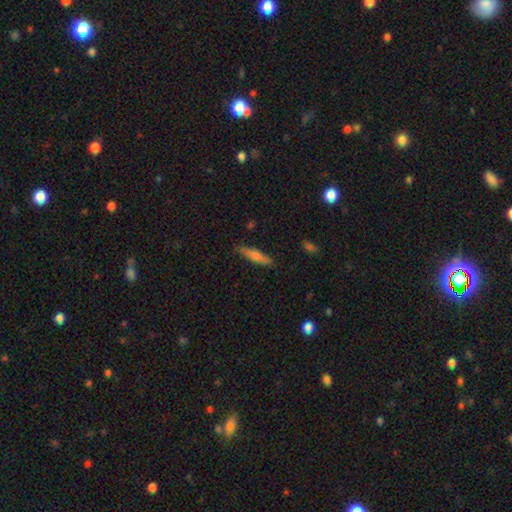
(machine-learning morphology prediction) Smooth or featured?
  - smooth: 62% *
  - featured or disk: 31%
  - star or artifact: 6%
How rounded?
  - cigar-shaped: 82% *
  - in between: 16%
  - round: 2%
Merging?
  - none: 85% *
  - minor disturbance: 11%
  - major disturbance: 2%
  - merger: 1%